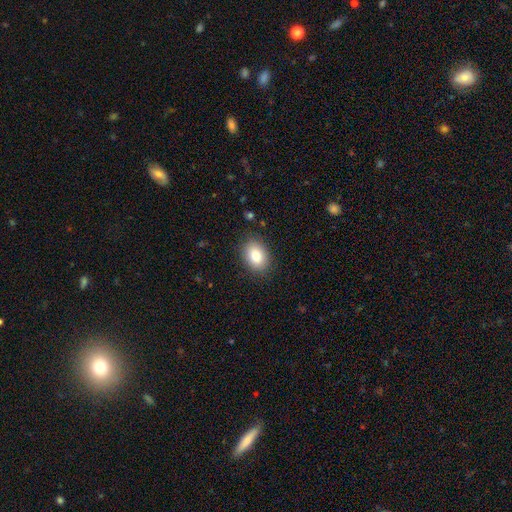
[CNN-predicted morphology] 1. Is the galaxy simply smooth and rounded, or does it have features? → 85% smooth, 8% star or artifact, 8% featured or disk.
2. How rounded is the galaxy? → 77% in between, 22% round, 1% cigar-shaped.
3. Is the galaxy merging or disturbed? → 86% none, 10% minor disturbance, 3% major disturbance, 1% merger.